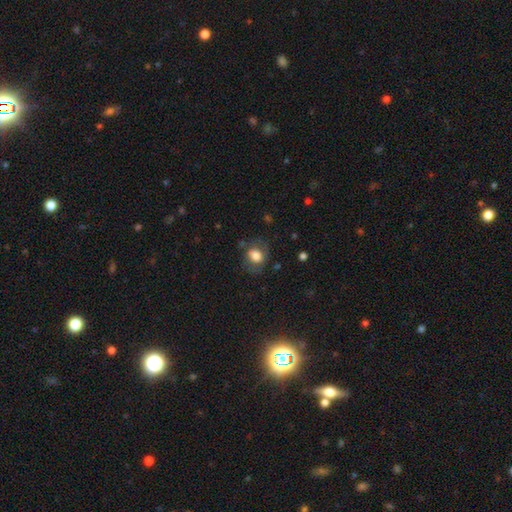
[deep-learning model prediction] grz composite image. It shows a smooth galaxy with no disk features (73%) that is round (49%, tied with in between). Merging: none (64%).